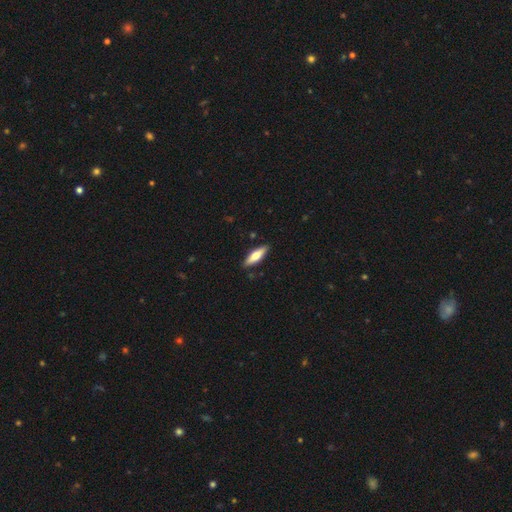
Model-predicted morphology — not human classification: A smooth galaxy with no disk features (61%) that is cigar-shaped (55%).

Vote fractions:
- Smooth or featured? smooth: 61% / featured or disk: 34% / star or artifact: 6%
- How rounded? cigar-shaped: 55% / in between: 43% / round: 2%
- Merging? none: 88% / minor disturbance: 9% / major disturbance: 2% / merger: 1%